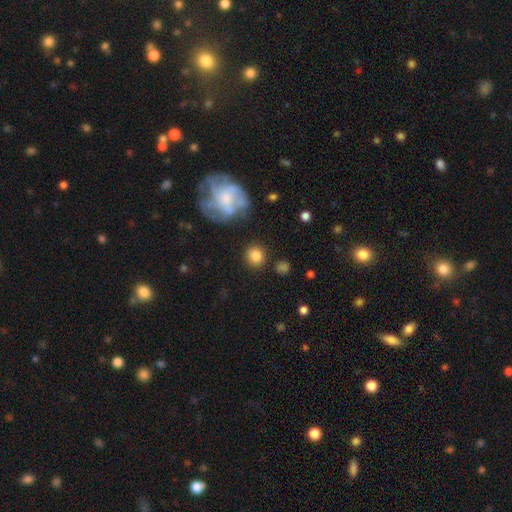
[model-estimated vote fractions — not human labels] Smooth or featured? Predicted: smooth (p=0.83). How rounded? Predicted: round (p=0.89). Merging? Predicted: none (p=0.86).